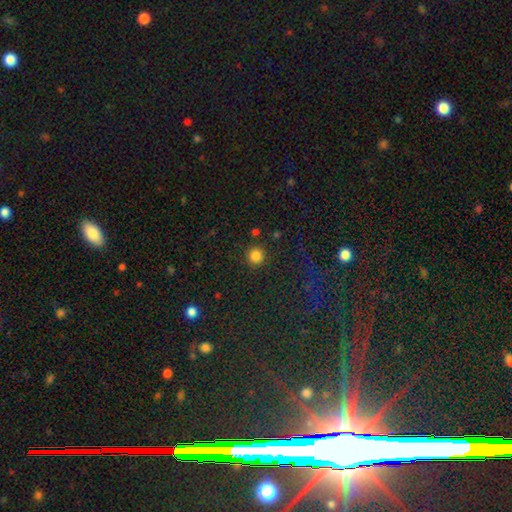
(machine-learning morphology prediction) Smooth or featured? Predicted: smooth (p=0.84). How rounded? Predicted: round (p=0.95). Merging? Predicted: none (p=0.90).